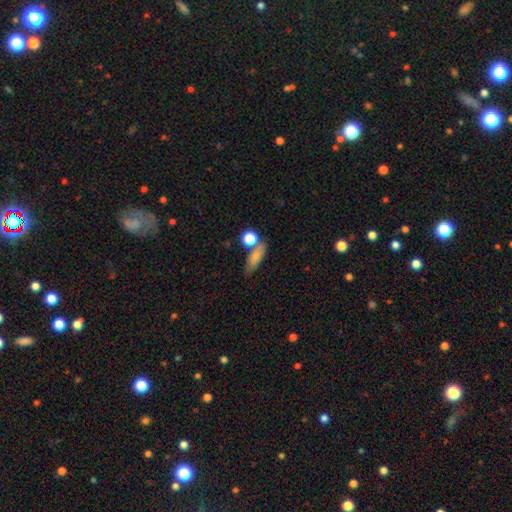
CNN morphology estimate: A smooth galaxy with no disk features (77%) that is in between round and cigar-shaped (54%). Merging: none (60%).